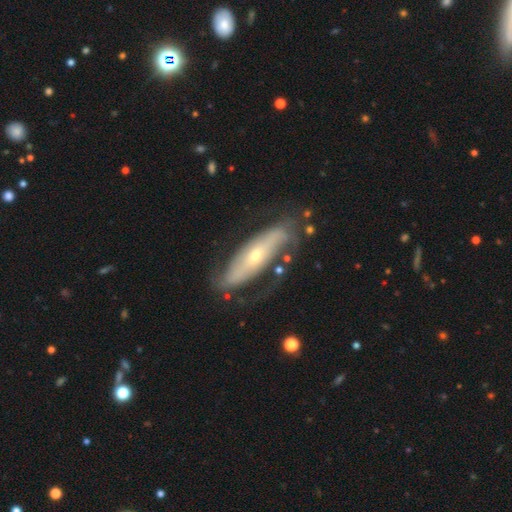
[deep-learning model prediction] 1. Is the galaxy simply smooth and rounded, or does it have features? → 69% featured or disk, 23% smooth, 7% star or artifact.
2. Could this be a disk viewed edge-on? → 71% no, 29% yes.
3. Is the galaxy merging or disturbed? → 72% none, 17% minor disturbance, 9% major disturbance, 2% merger.